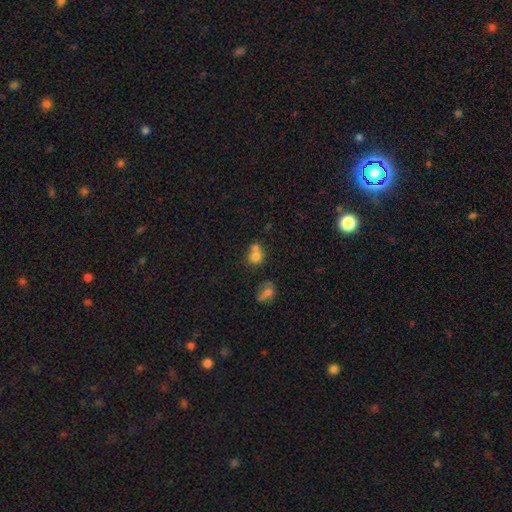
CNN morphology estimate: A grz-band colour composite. It shows a smooth galaxy with no disk features (73%) that is round (64%). Merging: merger (54%).